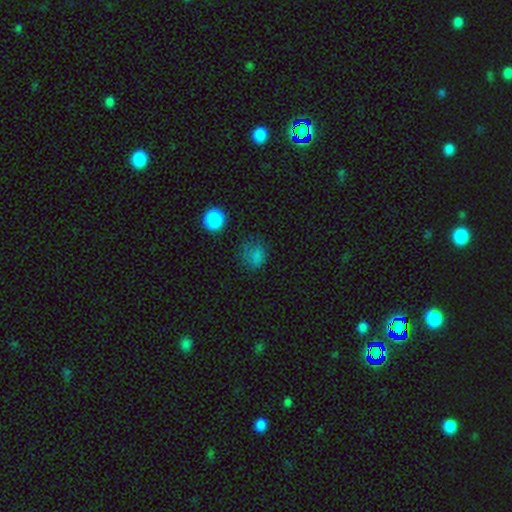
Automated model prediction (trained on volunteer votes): A smooth galaxy with no disk features (75%) that is round (60%).

Vote fractions:
- Smooth or featured? smooth: 75% / star or artifact: 19% / featured or disk: 7%
- How rounded? round: 60% / in between: 39% / cigar-shaped: 1%
- Merging? none: 58% / minor disturbance: 24% / major disturbance: 15% / merger: 3%